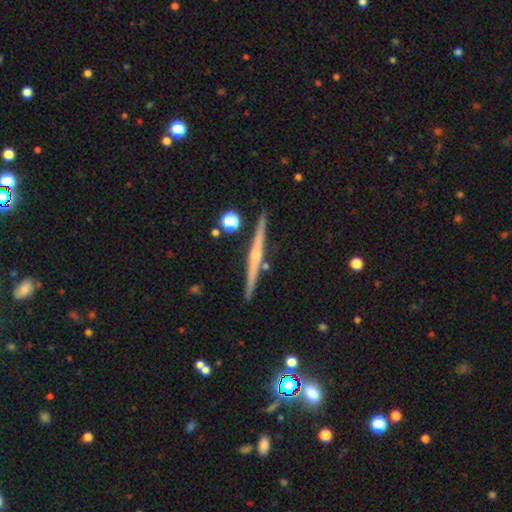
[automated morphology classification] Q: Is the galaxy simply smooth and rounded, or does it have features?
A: featured or disk — 74%.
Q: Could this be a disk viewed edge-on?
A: yes — 98%.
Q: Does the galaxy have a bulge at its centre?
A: rounded — 57%.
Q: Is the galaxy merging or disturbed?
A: none — 91%.